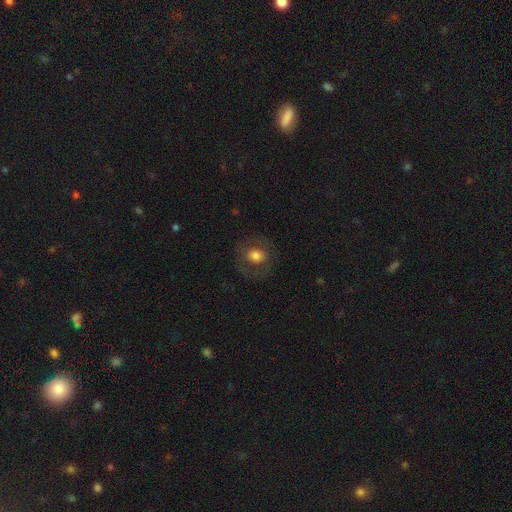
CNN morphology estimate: A smooth galaxy with no disk features (66%) that is round (71%). Merging: none (78%).